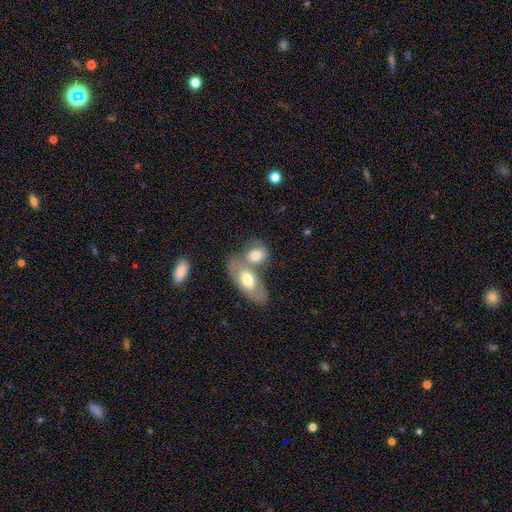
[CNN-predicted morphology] type=smooth (66%); roundness=in between (76%); merging=merger (54%).